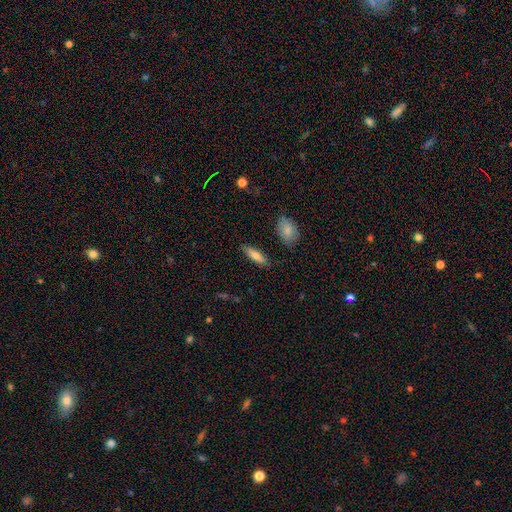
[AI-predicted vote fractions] Morphology: type=smooth (74%); roundness=cigar-shaped (53%); merging=none (83%).